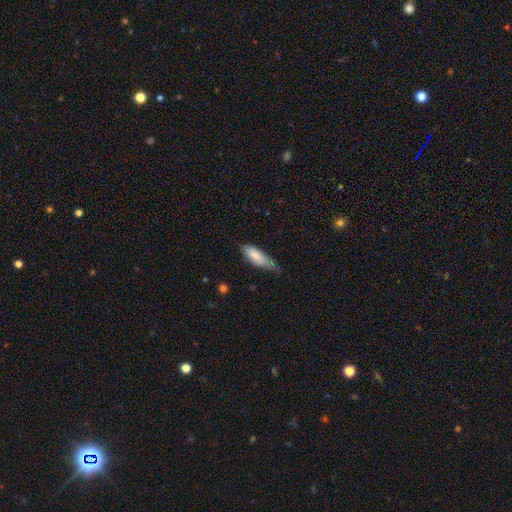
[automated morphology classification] Q: Smooth or featured?
A: smooth (79%); runner-up: featured or disk (15%)
Q: How rounded?
A: in between (60%); runner-up: cigar-shaped (38%)
Q: Merging?
A: minor disturbance (45%); runner-up: none (41%)